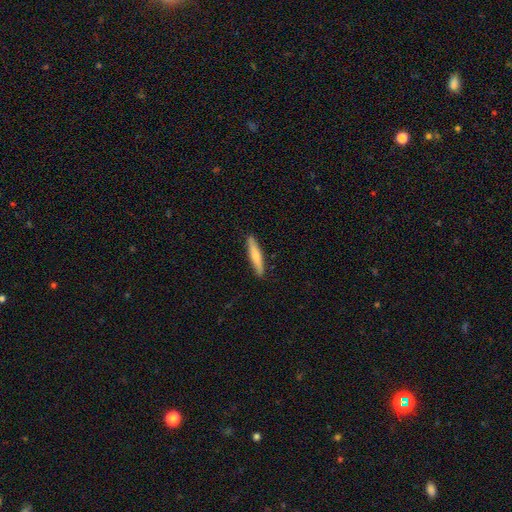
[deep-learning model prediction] smooth-or-featured: smooth: 69% | featured or disk: 26% | star or artifact: 5%
  how-rounded: cigar-shaped: 89% | in between: 10% | round: 1%
  merging: none: 90% | minor disturbance: 8% | major disturbance: 1% | merger: 1%